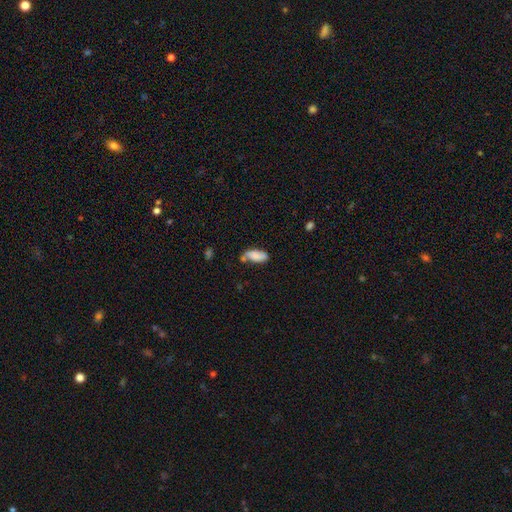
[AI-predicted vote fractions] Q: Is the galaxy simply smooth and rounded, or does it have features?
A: smooth — 79%.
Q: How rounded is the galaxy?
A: in between — 82%.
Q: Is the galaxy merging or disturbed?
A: none — 57%.